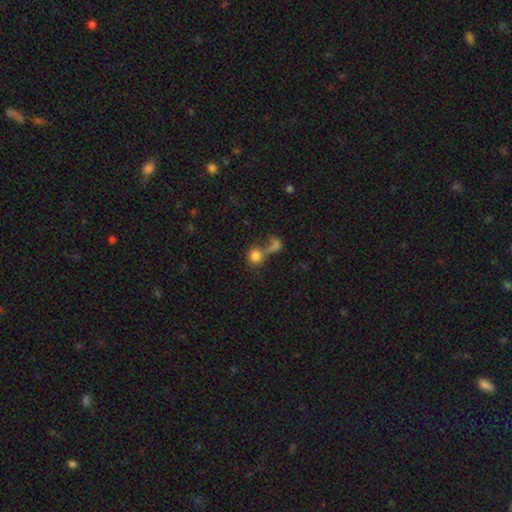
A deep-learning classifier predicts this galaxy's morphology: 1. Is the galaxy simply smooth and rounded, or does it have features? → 76% smooth, 12% featured or disk, 11% star or artifact.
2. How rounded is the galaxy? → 81% round, 17% in between, 2% cigar-shaped.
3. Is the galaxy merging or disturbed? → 47% merger, 29% none, 15% major disturbance, 8% minor disturbance.